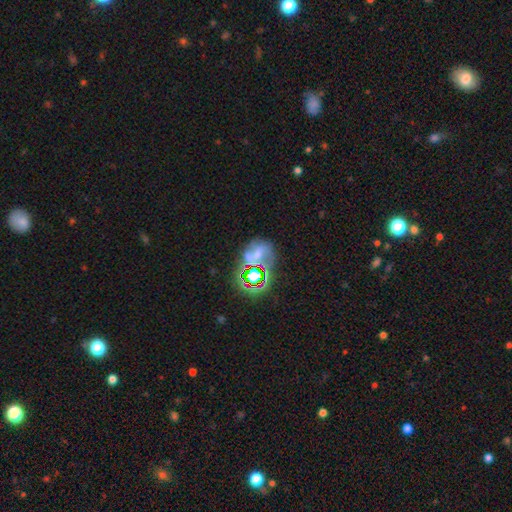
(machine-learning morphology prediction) A featured or disk galaxy (38%). Merging: none (42%).